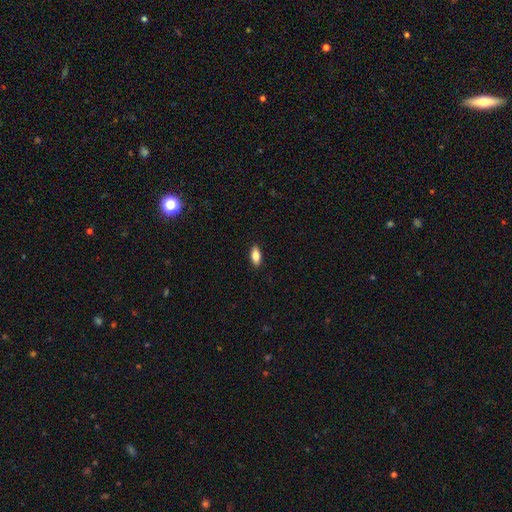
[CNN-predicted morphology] Overall: smooth (84%). How rounded: in between (86%). Merging: none (89%).